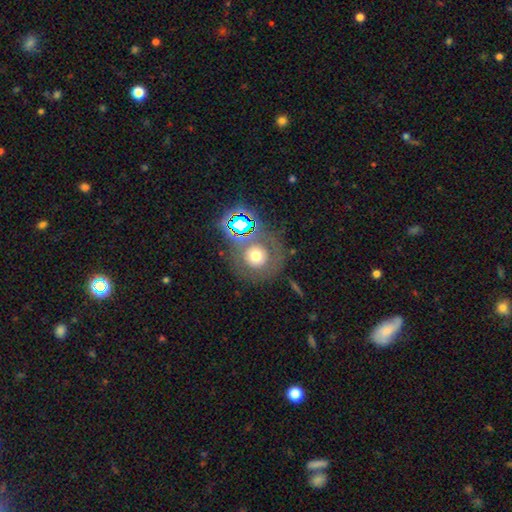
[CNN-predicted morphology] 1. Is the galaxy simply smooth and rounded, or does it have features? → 55% smooth, 23% featured or disk, 22% star or artifact.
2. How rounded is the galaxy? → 93% round, 6% in between, 1% cigar-shaped.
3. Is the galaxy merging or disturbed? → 71% none, 12% minor disturbance, 9% major disturbance, 8% merger.